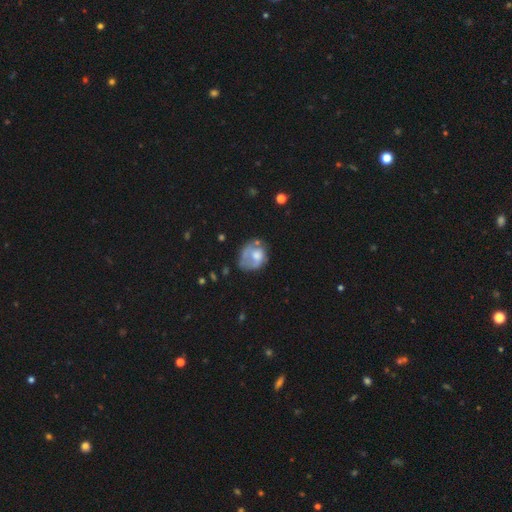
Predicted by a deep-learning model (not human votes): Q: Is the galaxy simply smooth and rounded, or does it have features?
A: smooth — 50%.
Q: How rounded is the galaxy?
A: round — 56%.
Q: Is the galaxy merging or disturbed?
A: none — 39%.